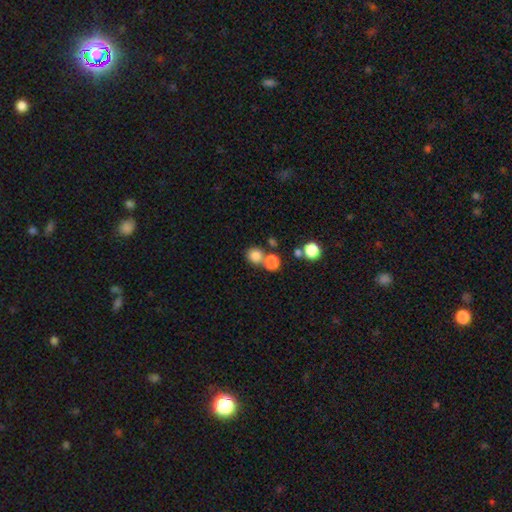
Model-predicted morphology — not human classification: Smooth or featured: smooth — 80% (star or artifact — 13%)
How rounded: round — 88% (in between — 11%)
Merging: none — 64% (merger — 26%)